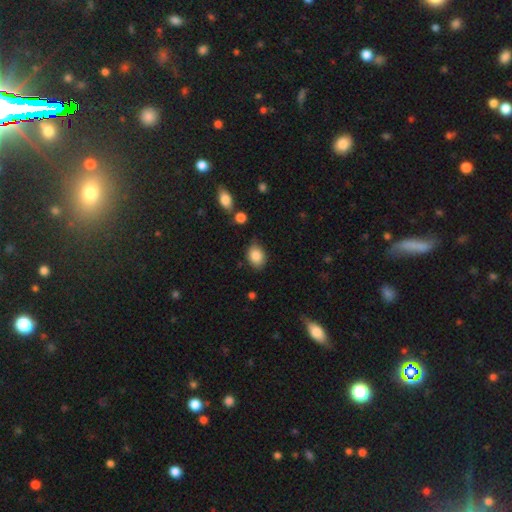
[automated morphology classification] smooth-or-featured: smooth: 86% | star or artifact: 8% | featured or disk: 6%
  how-rounded: in between: 63% | round: 36% | cigar-shaped: 1%
  merging: none: 76% | minor disturbance: 18% | major disturbance: 4% | merger: 3%